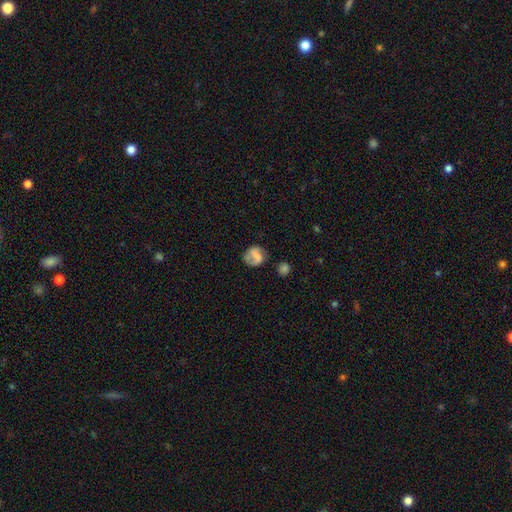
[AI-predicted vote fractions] Smooth or featured: smooth — 50% (featured or disk — 39%)
How rounded: round — 67% (in between — 31%)
Merging: none — 55% (minor disturbance — 23%)